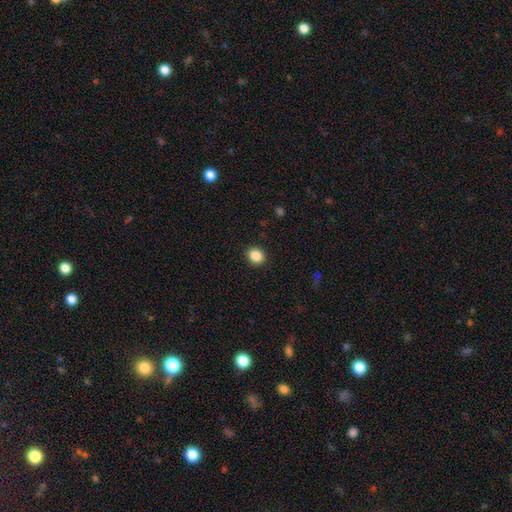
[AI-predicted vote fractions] smooth_or_featured: smooth (p=0.87) [alt: star or artifact p=0.10]
how_rounded: round (p=0.71) [alt: in between p=0.28]
merging: none (p=0.91) [alt: minor disturbance p=0.06]